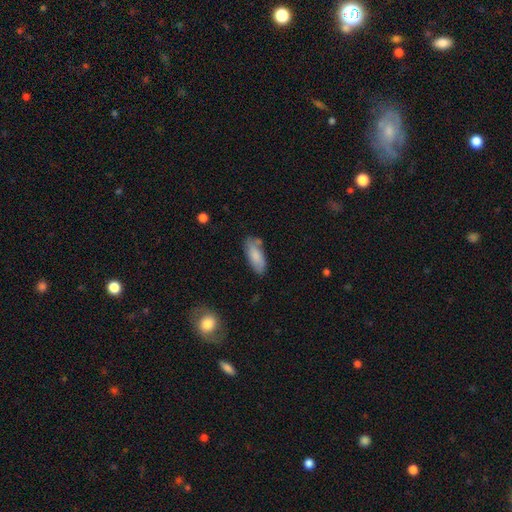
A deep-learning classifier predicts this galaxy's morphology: A smooth galaxy with no disk features (81%) that is in between round and cigar-shaped (79%). Merging: none (67%).